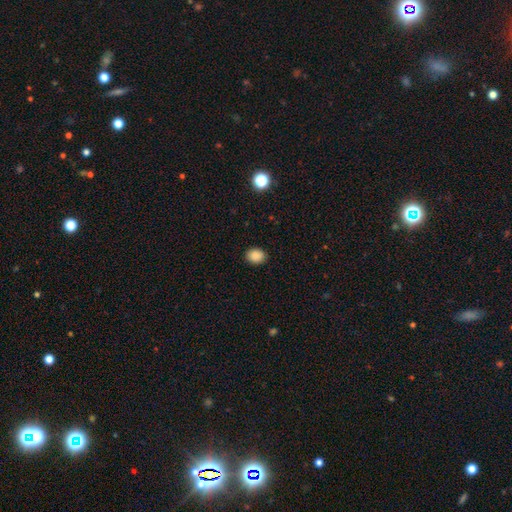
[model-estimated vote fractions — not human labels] Smooth or featured? smooth (88%)
How rounded? in between (54%)
Merging? none (89%)